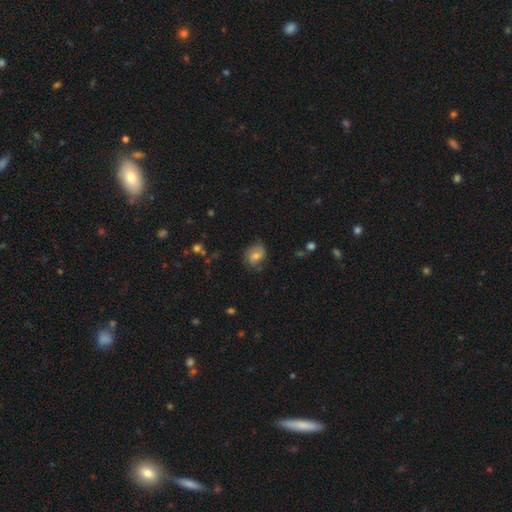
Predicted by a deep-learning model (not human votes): Smooth or featured? smooth (46%)
Merging? none (66%)